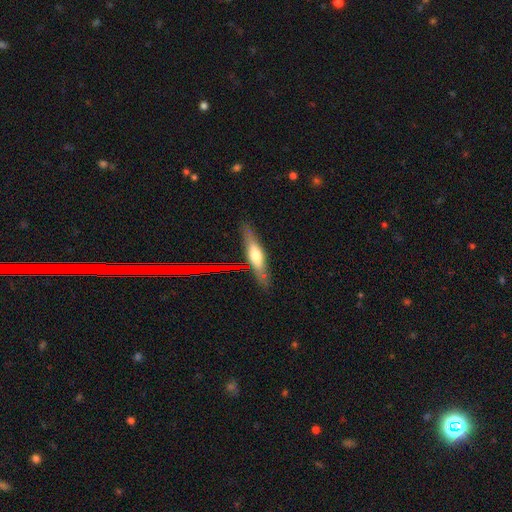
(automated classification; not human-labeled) The model was most divided on "smooth or featured": featured or disk: 46%, smooth: 44%, star or artifact: 9%. More confident: merging — none (80%).